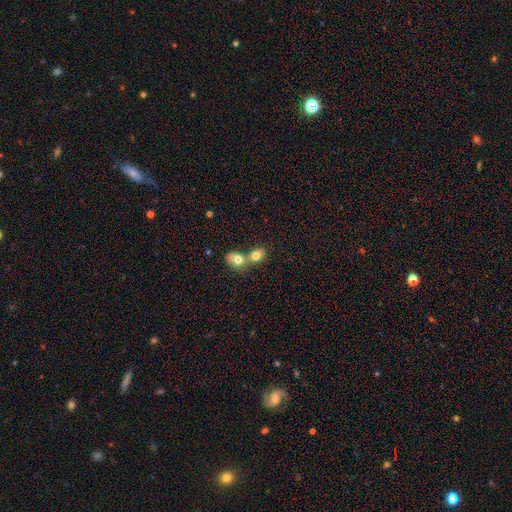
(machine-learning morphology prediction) Q: Smooth or featured?
A: smooth (76%); runner-up: featured or disk (14%)
Q: How rounded?
A: round (50%); runner-up: in between (49%)
Q: Merging?
A: merger (66%); runner-up: none (25%)